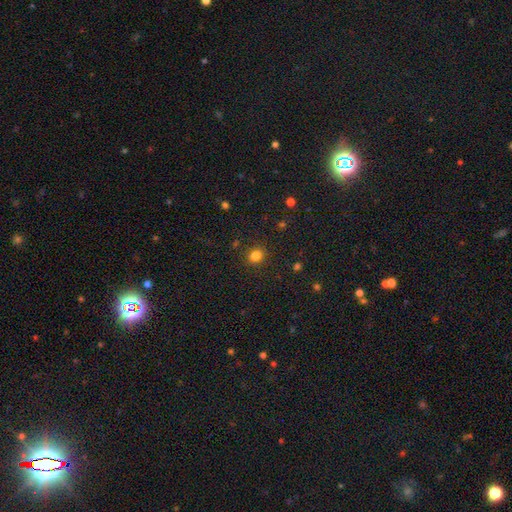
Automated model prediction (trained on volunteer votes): smooth_or_featured: smooth (p=0.82) [alt: star or artifact p=0.13]
how_rounded: round (p=0.77) [alt: in between p=0.22]
merging: none (p=0.89) [alt: minor disturbance p=0.07]